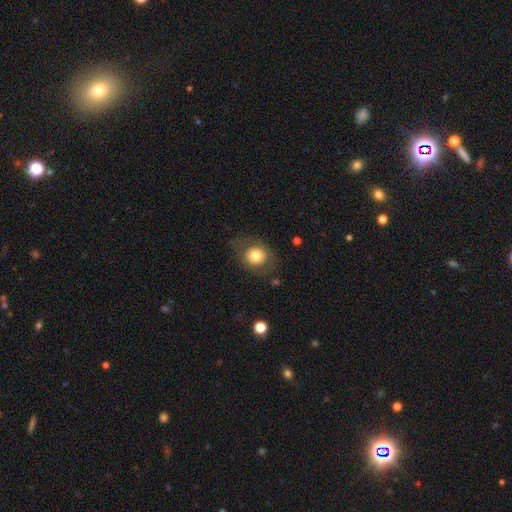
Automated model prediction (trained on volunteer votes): smooth 74%, featured or disk 17%, star or artifact 9%. Down the decision tree: how rounded — round (67%); merging — none (74%).